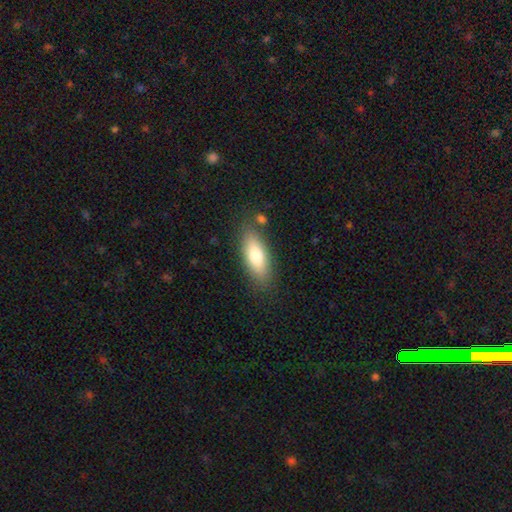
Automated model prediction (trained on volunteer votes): Q: Smooth or featured?
A: smooth (76%); runner-up: featured or disk (18%)
Q: How rounded?
A: in between (71%); runner-up: cigar-shaped (26%)
Q: Merging?
A: none (80%); runner-up: minor disturbance (13%)